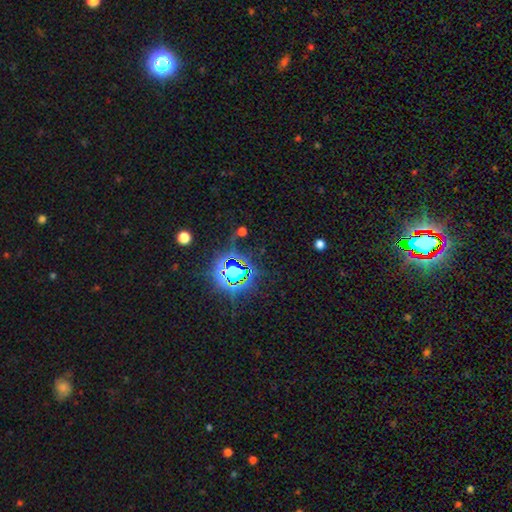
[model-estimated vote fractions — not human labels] smooth_or_featured: star or artifact (p=0.81) [alt: smooth p=0.12]